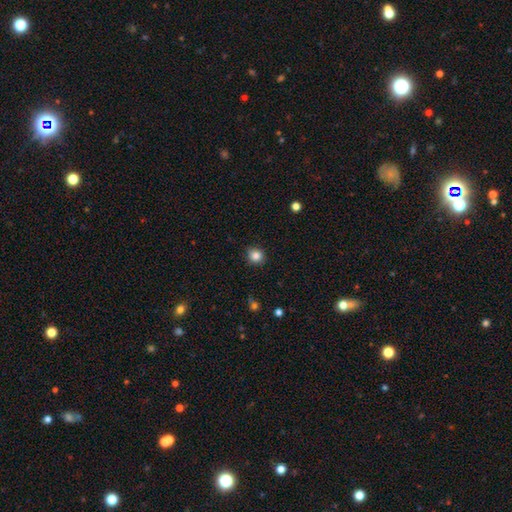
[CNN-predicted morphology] A smooth galaxy with no disk features (84%) that is round (87%).

Vote fractions:
- Smooth or featured? smooth: 84% / star or artifact: 11% / featured or disk: 5%
- How rounded? round: 87% / in between: 12% / cigar-shaped: 1%
- Merging? none: 89% / minor disturbance: 8% / major disturbance: 2% / merger: 1%